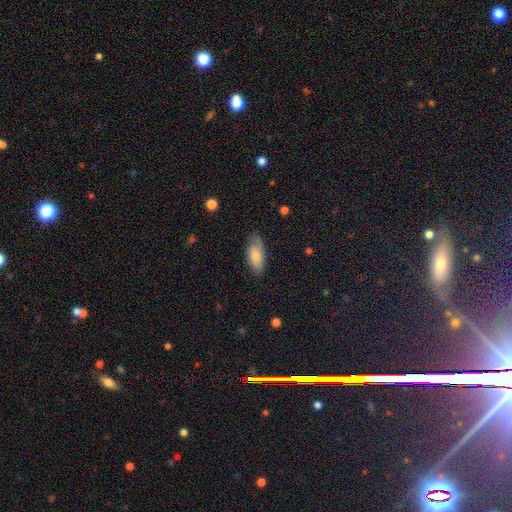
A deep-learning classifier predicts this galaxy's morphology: This is likely a smooth galaxy (69%). How rounded: clearly in between (87%). Merging: likely none (74%).